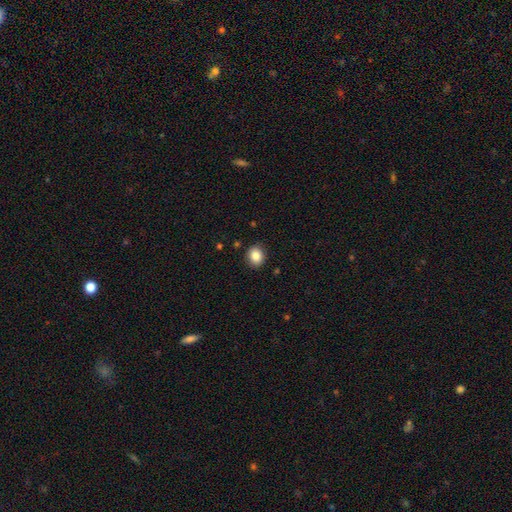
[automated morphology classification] smooth-or-featured: smooth: 86% | star or artifact: 9% | featured or disk: 5%
  how-rounded: round: 60% | in between: 39% | cigar-shaped: 1%
  merging: none: 88% | minor disturbance: 8% | major disturbance: 2% | merger: 1%